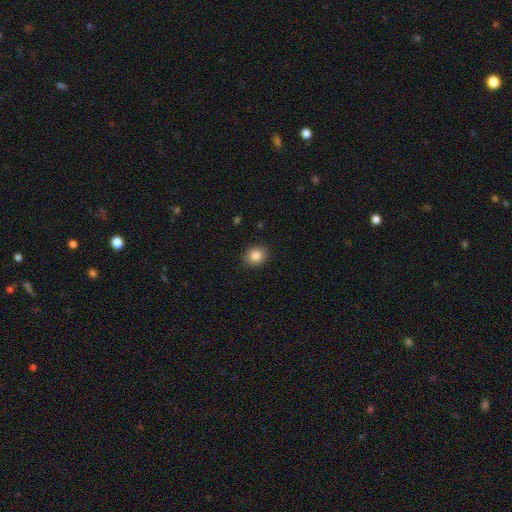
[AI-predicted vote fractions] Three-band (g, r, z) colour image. It shows a smooth galaxy with no disk features (85%) that is round (69%). Merging: none (89%).